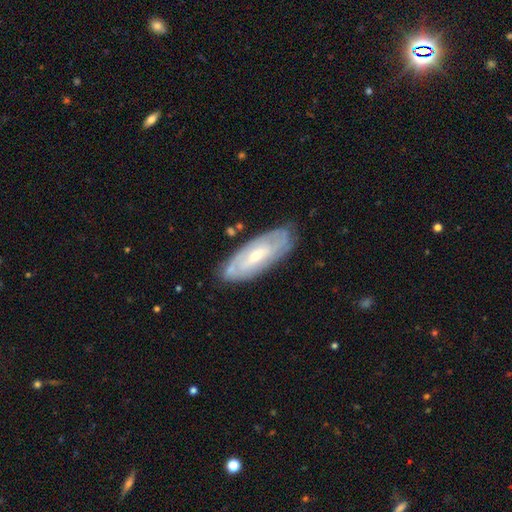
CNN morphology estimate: featured or disk 69%, smooth 26%, star or artifact 6%. Down the decision tree: edge-on disk — no (85%); bar — no (43%); spiral arms — yes (74%); bulge size — small (59%); merging — none (79%).